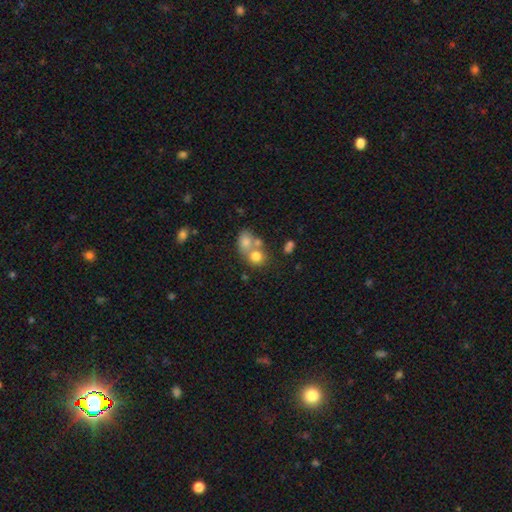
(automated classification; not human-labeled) A smooth galaxy with no disk features (71%) that is round (66%).

Vote fractions:
- Smooth or featured? smooth: 71% / featured or disk: 17% / star or artifact: 12%
- How rounded? round: 66% / in between: 33% / cigar-shaped: 1%
- Merging? merger: 57% / none: 31% / minor disturbance: 8% / major disturbance: 4%